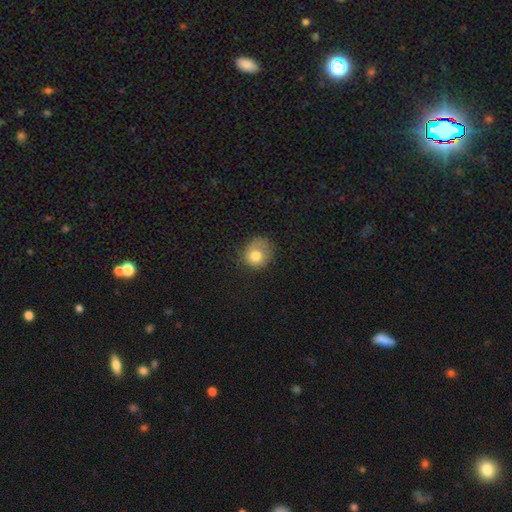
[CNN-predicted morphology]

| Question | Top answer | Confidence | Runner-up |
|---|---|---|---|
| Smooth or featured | smooth | 76% | featured or disk (14%) |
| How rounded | round | 77% | in between (22%) |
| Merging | none | 53% | minor disturbance (29%) |